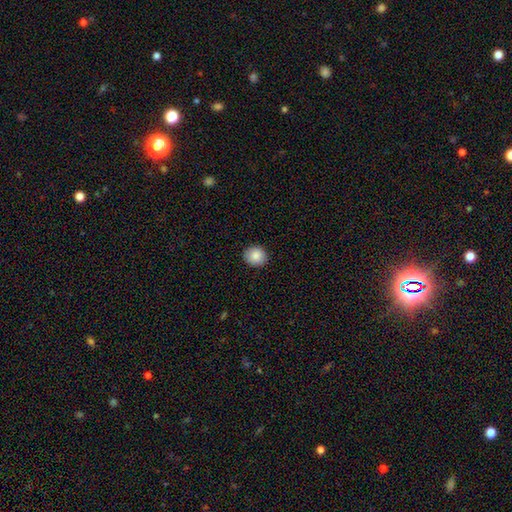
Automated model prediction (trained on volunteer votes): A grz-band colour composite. It shows a smooth galaxy with no disk features (88%) that is round (82%). Merging: none (90%).